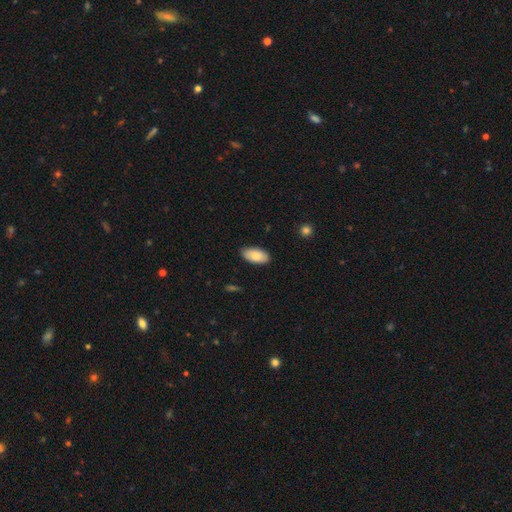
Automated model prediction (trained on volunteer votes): Q: Smooth or featured?
A: smooth (83%); runner-up: featured or disk (11%)
Q: How rounded?
A: in between (95%); runner-up: cigar-shaped (3%)
Q: Merging?
A: none (87%); runner-up: minor disturbance (10%)